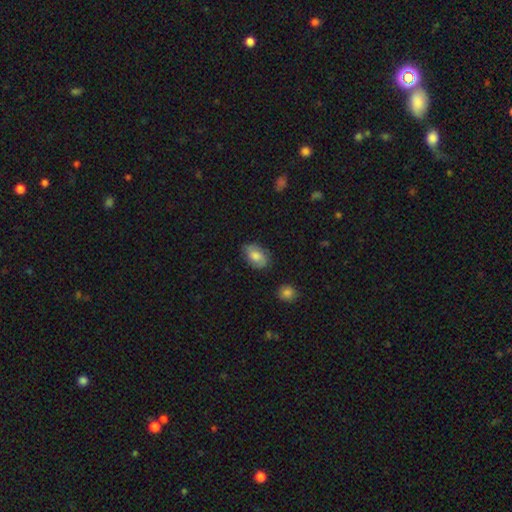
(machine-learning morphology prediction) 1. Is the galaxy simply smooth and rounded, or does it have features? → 69% smooth, 23% featured or disk, 8% star or artifact.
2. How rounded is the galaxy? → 87% in between, 12% round, 2% cigar-shaped.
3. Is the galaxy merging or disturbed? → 74% none, 20% minor disturbance, 4% major disturbance, 2% merger.